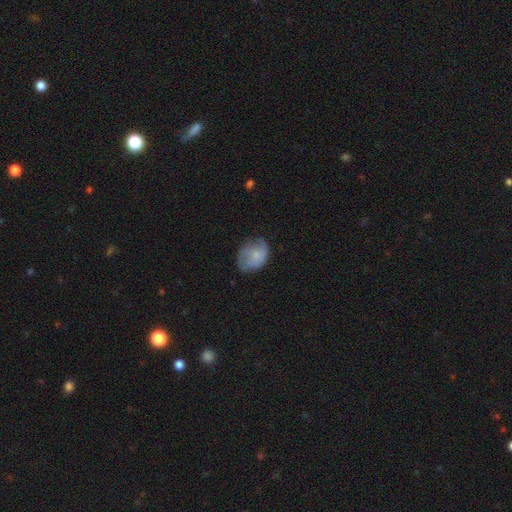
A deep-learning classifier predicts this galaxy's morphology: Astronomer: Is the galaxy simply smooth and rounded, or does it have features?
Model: smooth — 58% (runner-up: featured or disk, 34%).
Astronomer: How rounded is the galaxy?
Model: in between — 64%.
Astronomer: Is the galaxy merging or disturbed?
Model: none — 53% (runner-up: minor disturbance, 32%).